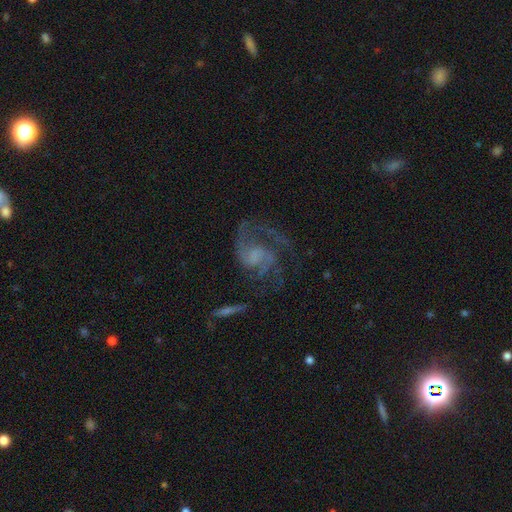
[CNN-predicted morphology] smooth_or_featured: featured or disk (p=0.84) [alt: smooth p=0.08]
disk_edge_on: no (p=0.98) [alt: yes p=0.02]
bar: no (p=0.56) [alt: weak p=0.36]
has_spiral_arms: yes (p=0.94) [alt: no p=0.06]
spiral_winding: medium (p=0.50) [alt: loose p=0.26]
spiral_arm_count: 2 (p=0.46) [alt: 3 p=0.20]
bulge_size: none (p=0.41) [alt: small p=0.24]
merging: none (p=0.52) [alt: major disturbance p=0.28]